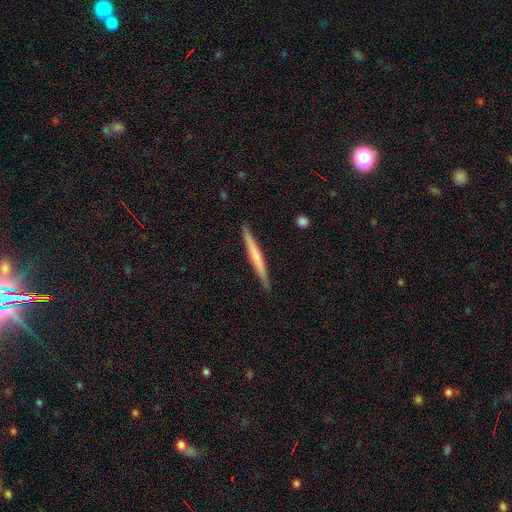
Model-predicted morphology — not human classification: Smooth or featured? smooth (52%)
How rounded? cigar-shaped (97%)
Merging? none (89%)